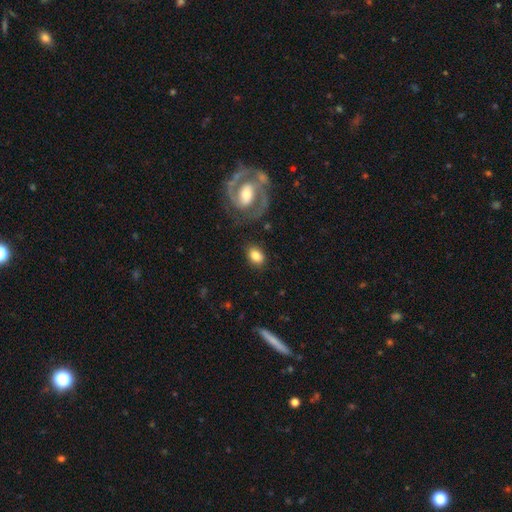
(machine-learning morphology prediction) This is likely a smooth galaxy (77%). How rounded: likely in between (76%). Merging: clearly none (81%).